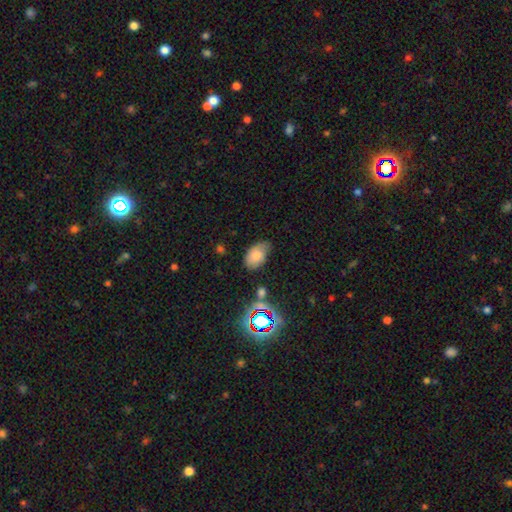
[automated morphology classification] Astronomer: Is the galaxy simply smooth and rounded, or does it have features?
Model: smooth — 74%.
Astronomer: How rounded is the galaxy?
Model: in between — 90%.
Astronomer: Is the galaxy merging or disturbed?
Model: none — 57% (runner-up: minor disturbance, 32%).